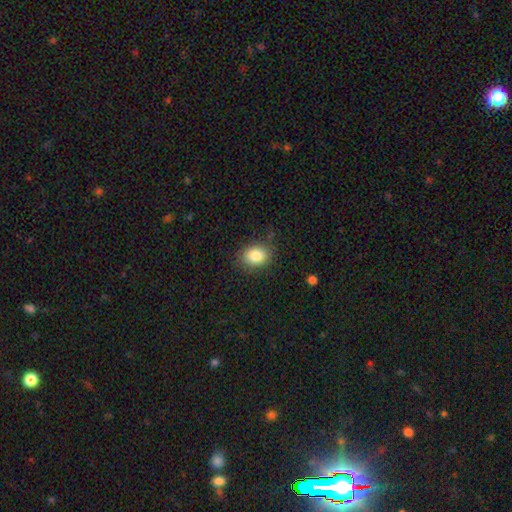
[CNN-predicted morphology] smooth 85%, star or artifact 9%, featured or disk 6%. Down the decision tree: how rounded — in between (59%); merging — none (82%).